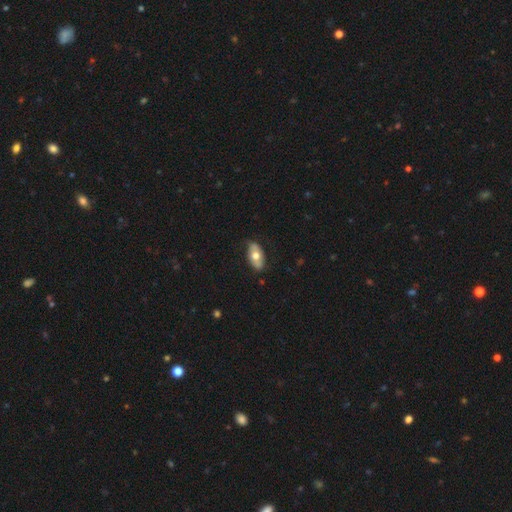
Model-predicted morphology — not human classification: smooth_or_featured: smooth (p=0.63) [alt: featured or disk p=0.31]
how_rounded: in between (p=0.92) [alt: cigar-shaped p=0.04]
merging: none (p=0.80) [alt: minor disturbance p=0.16]